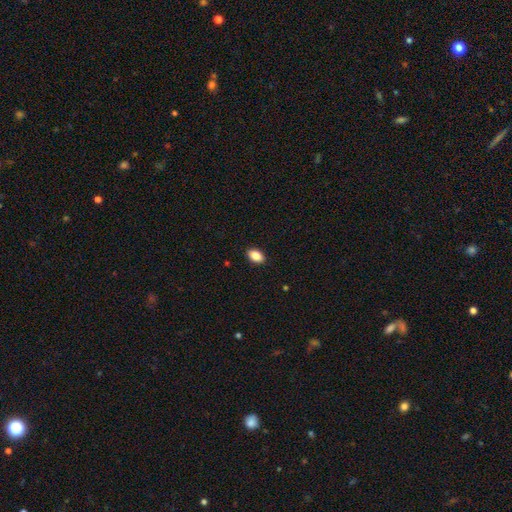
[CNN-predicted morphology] Smooth or featured? Predicted: smooth (p=0.87). How rounded? Predicted: in between (p=0.88). Merging? Predicted: none (p=0.90).